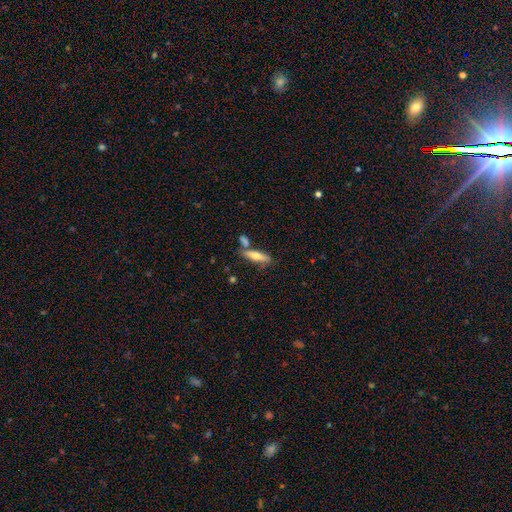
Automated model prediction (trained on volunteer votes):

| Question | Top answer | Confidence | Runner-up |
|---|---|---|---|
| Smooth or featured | smooth | 61% | featured or disk (33%) |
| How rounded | cigar-shaped | 67% | in between (31%) |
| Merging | none | 65% | merger (16%) |